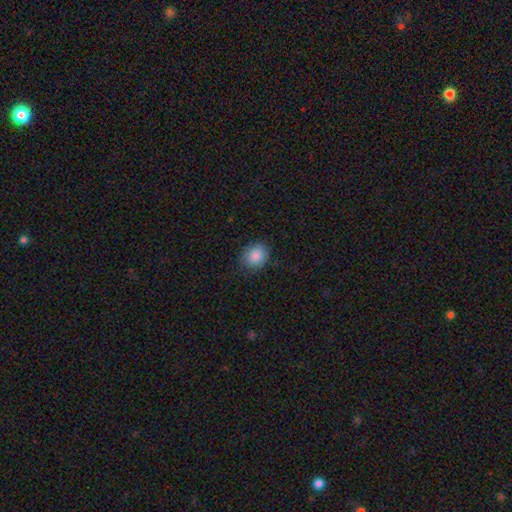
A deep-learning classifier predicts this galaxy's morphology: A smooth galaxy with no disk features (87%) that is round (63%).

Vote fractions:
- Smooth or featured? smooth: 87% / star or artifact: 9% / featured or disk: 4%
- How rounded? round: 63% / in between: 36% / cigar-shaped: 1%
- Merging? none: 82% / minor disturbance: 14% / major disturbance: 3% / merger: 1%